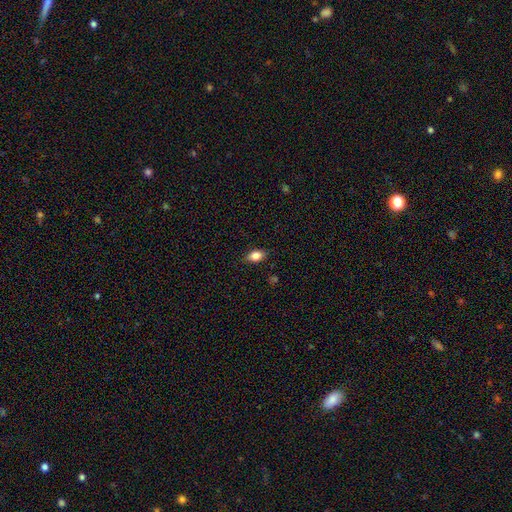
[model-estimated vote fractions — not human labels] The model was most divided on "smooth or featured": smooth: 81%, featured or disk: 11%, star or artifact: 9%. More confident: how rounded — in between (85%); merging — none (85%).